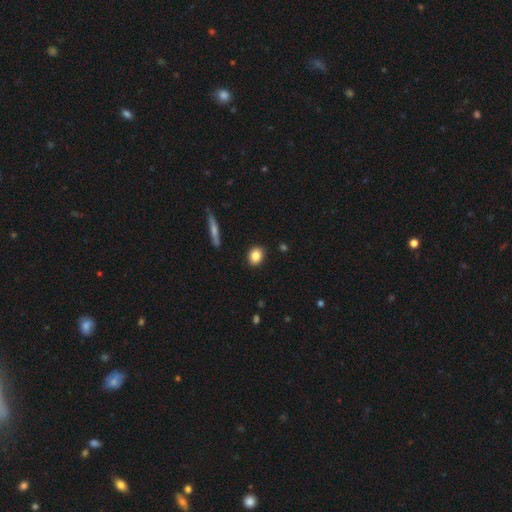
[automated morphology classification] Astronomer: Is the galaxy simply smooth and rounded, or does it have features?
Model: smooth — 84%.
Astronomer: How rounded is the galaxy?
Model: round — 50% (runner-up: in between, 47%).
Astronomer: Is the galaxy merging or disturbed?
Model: none — 89%.